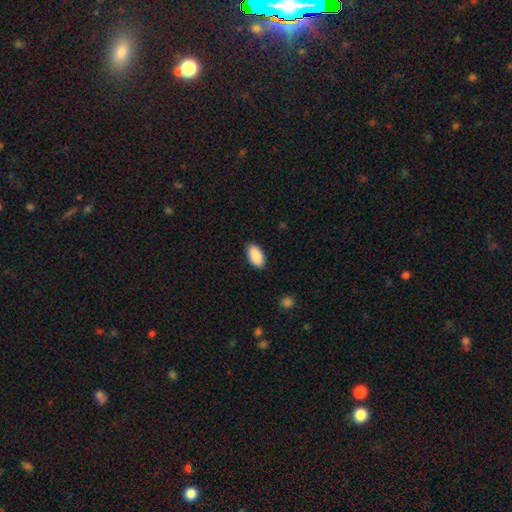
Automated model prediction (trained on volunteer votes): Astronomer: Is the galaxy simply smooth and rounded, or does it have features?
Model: smooth — 90%.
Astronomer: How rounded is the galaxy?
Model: in between — 95%.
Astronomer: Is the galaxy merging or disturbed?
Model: none — 88%.